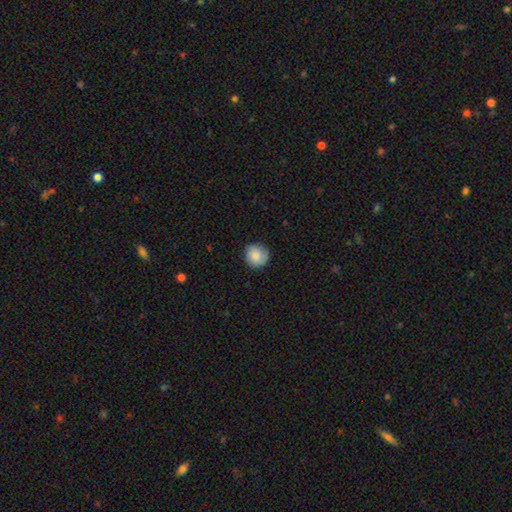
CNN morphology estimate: smooth_or_featured: smooth (p=0.80) [alt: featured or disk p=0.13]
how_rounded: round (p=0.93) [alt: in between p=0.07]
merging: none (p=0.85) [alt: minor disturbance p=0.12]